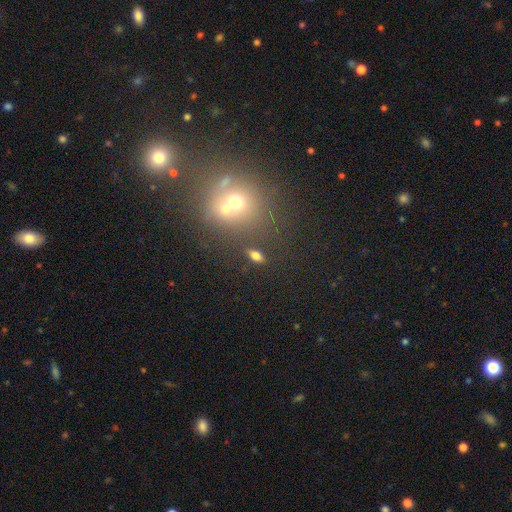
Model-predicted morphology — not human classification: type=smooth (72%); roundness=in between (80%); merging=none (78%).